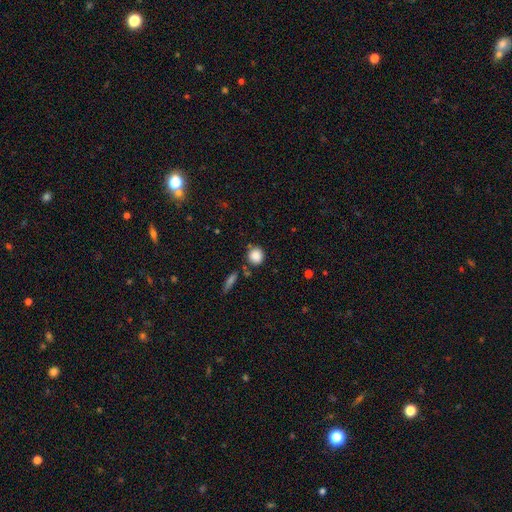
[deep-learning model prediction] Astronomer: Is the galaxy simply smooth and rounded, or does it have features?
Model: smooth — 87%.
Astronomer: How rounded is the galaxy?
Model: round — 86%.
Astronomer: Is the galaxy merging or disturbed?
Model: none — 81%.